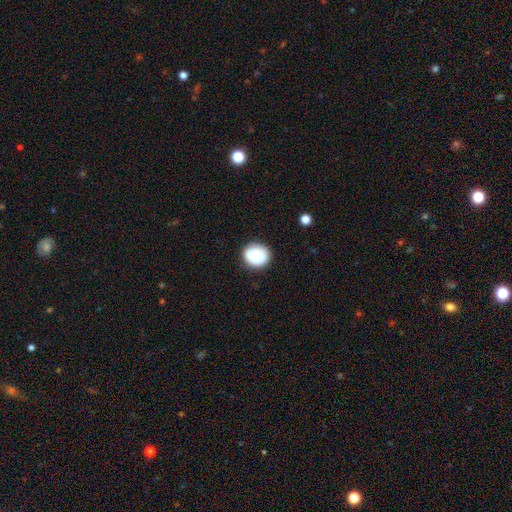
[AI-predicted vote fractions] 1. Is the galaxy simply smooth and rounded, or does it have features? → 76% smooth, 16% featured or disk, 8% star or artifact.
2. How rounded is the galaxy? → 80% round, 19% in between, 1% cigar-shaped.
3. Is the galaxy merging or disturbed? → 84% none, 11% minor disturbance, 3% major disturbance, 1% merger.